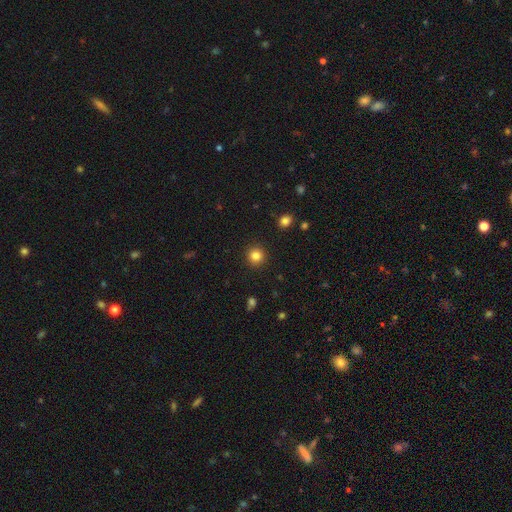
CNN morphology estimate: smooth_or_featured: smooth (p=0.83) [alt: star or artifact p=0.12]
how_rounded: round (p=0.93) [alt: in between p=0.06]
merging: none (p=0.91) [alt: minor disturbance p=0.05]